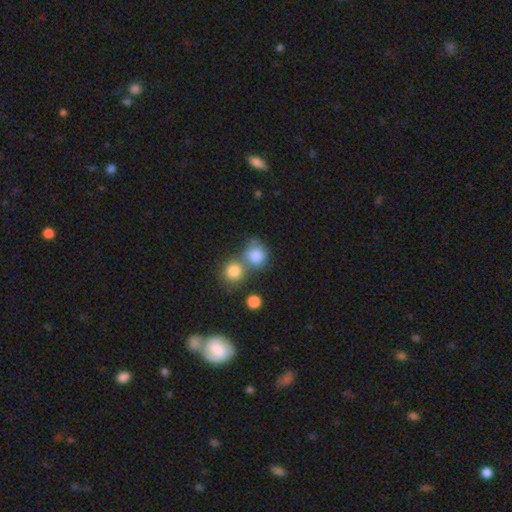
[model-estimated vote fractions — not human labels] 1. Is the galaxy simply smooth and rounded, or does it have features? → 82% smooth, 9% star or artifact, 8% featured or disk.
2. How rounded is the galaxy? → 78% round, 21% in between, 1% cigar-shaped.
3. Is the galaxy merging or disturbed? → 47% merger, 37% none, 11% minor disturbance, 6% major disturbance.